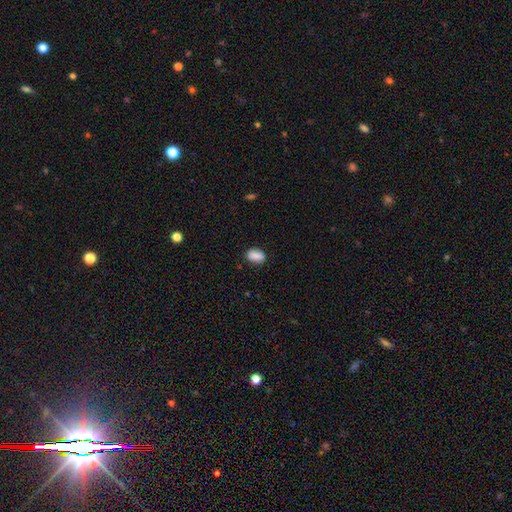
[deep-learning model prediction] A smooth galaxy with no disk features (86%) that is in between round and cigar-shaped (85%). Merging: none (80%).